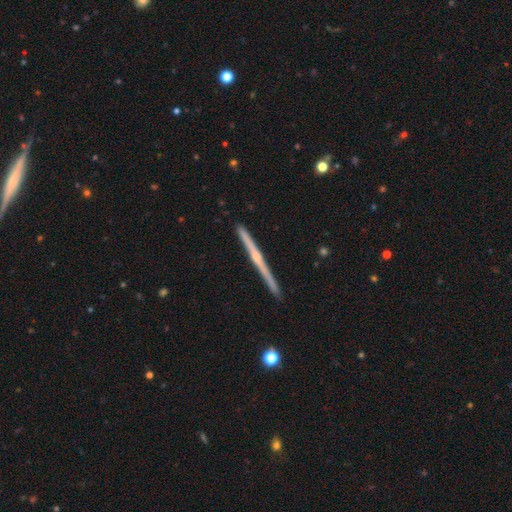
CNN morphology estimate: featured or disk 76%, smooth 18%, star or artifact 6%. Down the decision tree: edge-on disk — yes (98%); edge-on bulge — rounded (60%); merging — none (89%).